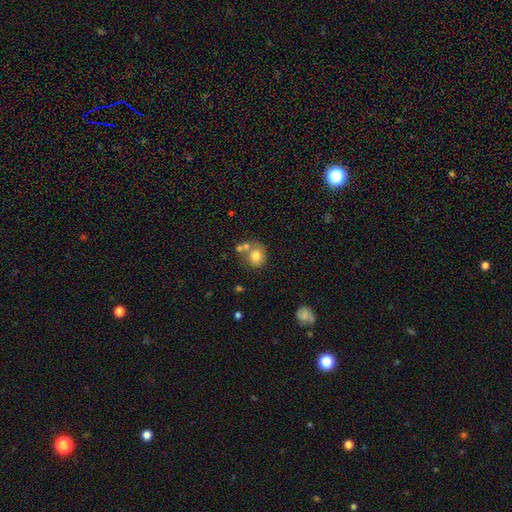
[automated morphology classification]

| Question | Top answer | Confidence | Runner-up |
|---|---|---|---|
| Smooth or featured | smooth | 74% | featured or disk (17%) |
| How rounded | round | 73% | in between (27%) |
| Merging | none | 43% | merger (35%) |